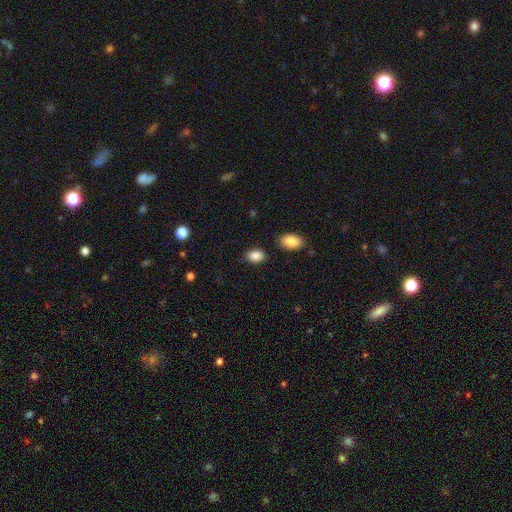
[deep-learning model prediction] A smooth galaxy with no disk features (88%) that is in between round and cigar-shaped (79%). Merging: none (84%).